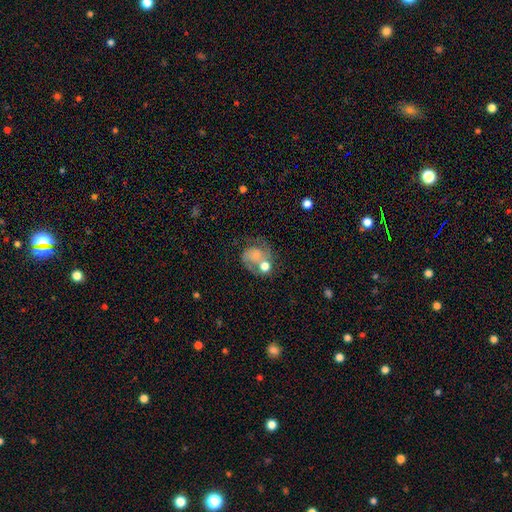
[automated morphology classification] Smooth or featured? featured or disk (65%)
Edge-on disk? no (98%)
Bar? no (74%)
Spiral arms? yes (87%)
Spiral winding? medium (47%)
Spiral arm count? 2 (70%)
Bulge size? small (37%)
Merging? none (39%)